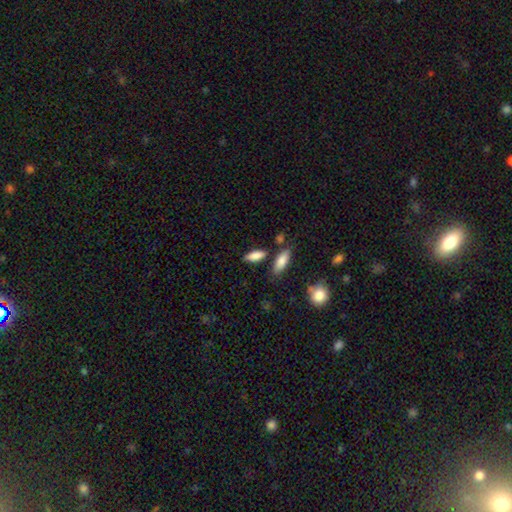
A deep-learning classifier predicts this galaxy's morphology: A smooth galaxy with no disk features (83%) that is in between round and cigar-shaped (70%). Merging: none (75%).